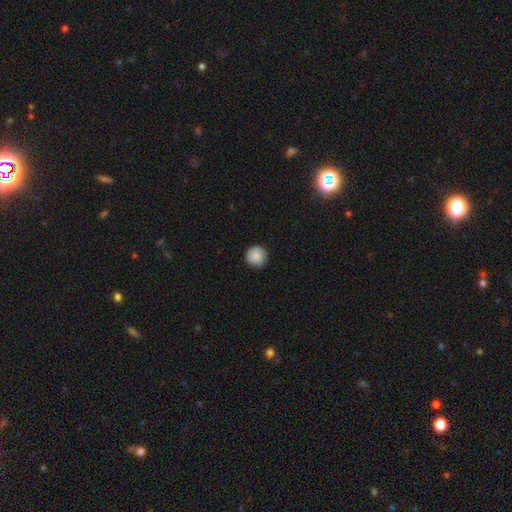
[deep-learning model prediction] Q: Smooth or featured?
A: smooth (87%); runner-up: star or artifact (8%)
Q: How rounded?
A: round (96%); runner-up: in between (3%)
Q: Merging?
A: none (89%); runner-up: minor disturbance (9%)